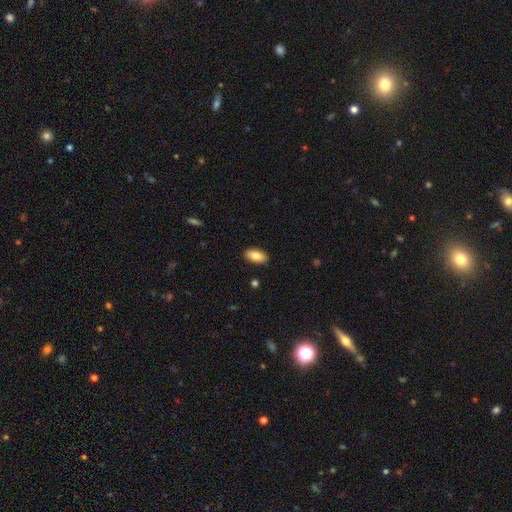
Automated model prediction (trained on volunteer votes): Morphology: type=smooth (83%); roundness=in between (93%); merging=none (89%).